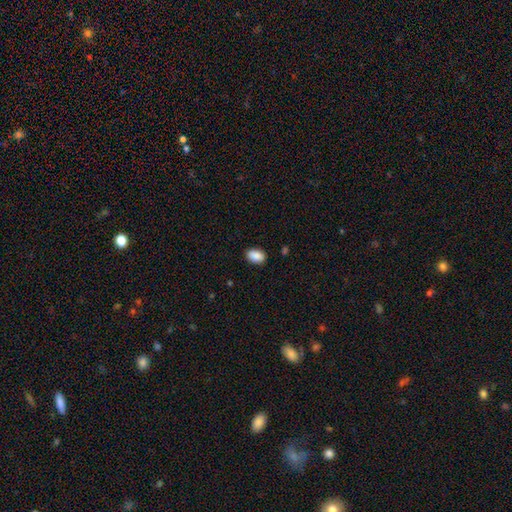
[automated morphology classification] smooth 89%, star or artifact 7%, featured or disk 3%. Down the decision tree: how rounded — in between (87%); merging — none (88%).